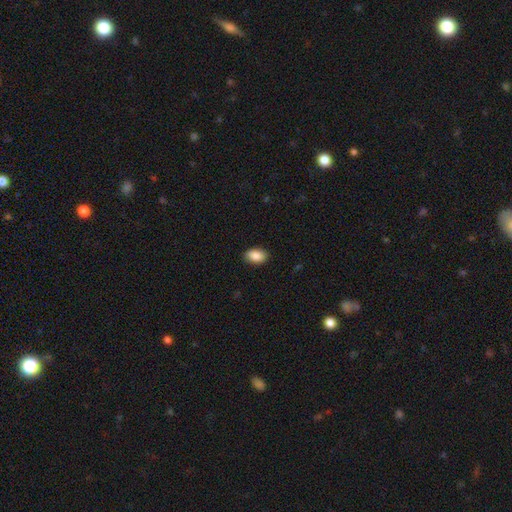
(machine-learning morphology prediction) This is clearly a smooth galaxy (87%). How rounded: clearly in between (88%). Merging: clearly none (89%).